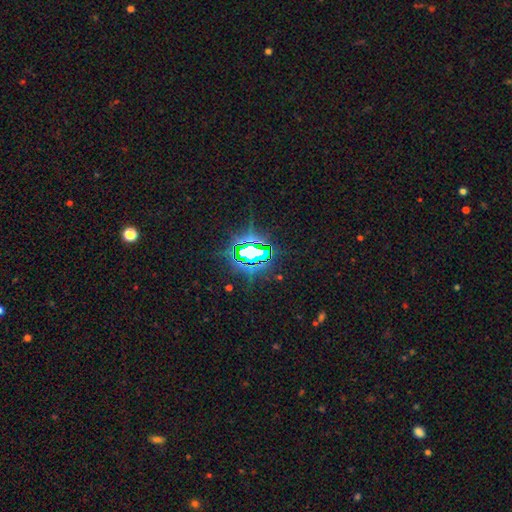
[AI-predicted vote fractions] Q: Smooth or featured?
A: star or artifact (78%); runner-up: smooth (11%)